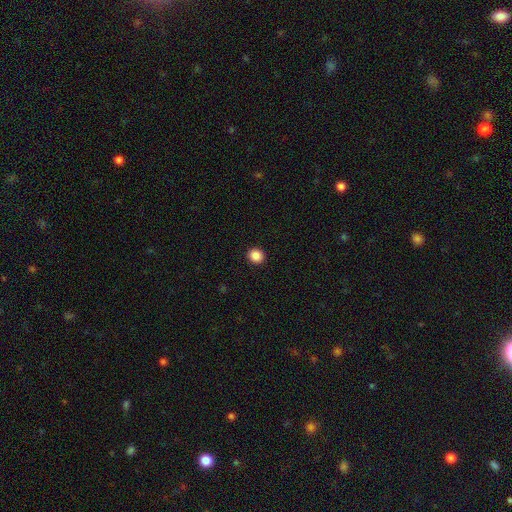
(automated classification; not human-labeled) A smooth galaxy with no disk features (87%) that is round (84%).

Vote fractions:
- Smooth or featured? smooth: 87% / star or artifact: 10% / featured or disk: 3%
- How rounded? round: 84% / in between: 15% / cigar-shaped: 1%
- Merging? none: 93% / minor disturbance: 4% / major disturbance: 2% / merger: 1%